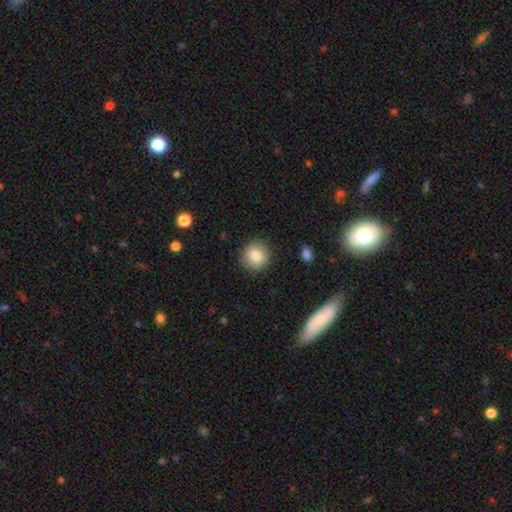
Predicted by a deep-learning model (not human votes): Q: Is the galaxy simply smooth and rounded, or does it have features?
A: smooth — 83%.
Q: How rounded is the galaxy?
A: round — 91%.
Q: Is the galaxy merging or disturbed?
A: none — 89%.